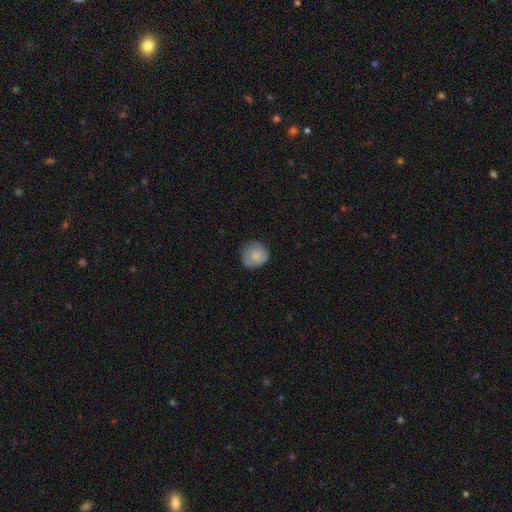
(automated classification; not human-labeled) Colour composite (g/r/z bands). It shows a smooth galaxy with no disk features (78%) that is round (90%). Merging: none (79%).